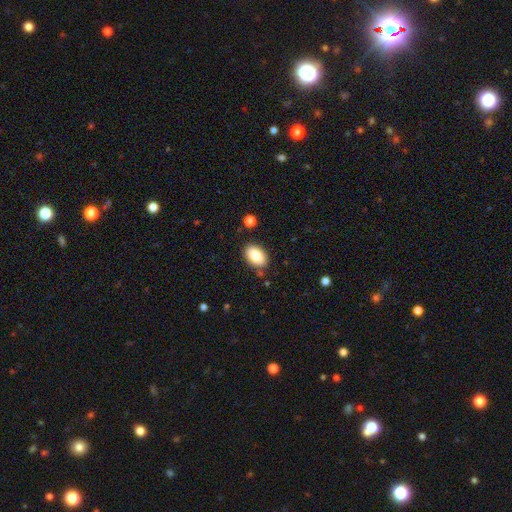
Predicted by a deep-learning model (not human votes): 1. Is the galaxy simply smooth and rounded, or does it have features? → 83% smooth, 9% featured or disk, 8% star or artifact.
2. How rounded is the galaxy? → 87% in between, 12% round, 1% cigar-shaped.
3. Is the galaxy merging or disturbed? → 84% none, 10% minor disturbance, 3% merger, 2% major disturbance.